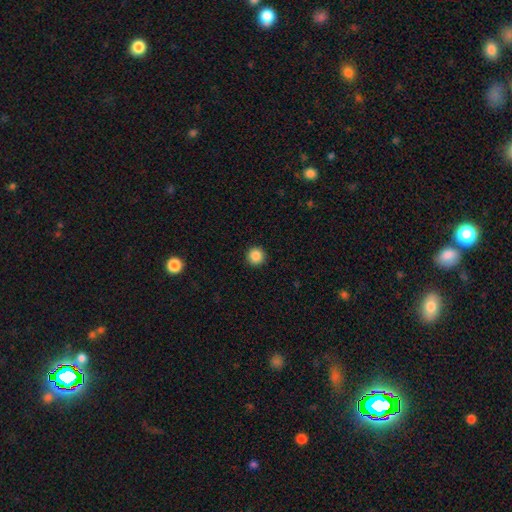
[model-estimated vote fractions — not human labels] Smooth or featured: smooth — 87% (star or artifact — 10%)
How rounded: round — 96% (in between — 3%)
Merging: none — 93% (minor disturbance — 5%)